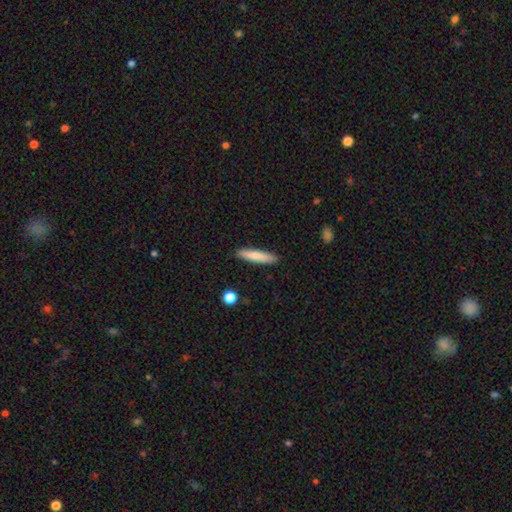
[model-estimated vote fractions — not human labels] This appears to be a smooth galaxy with no disk features (75%) that is cigar-shaped (85%). Merging: none (89%).